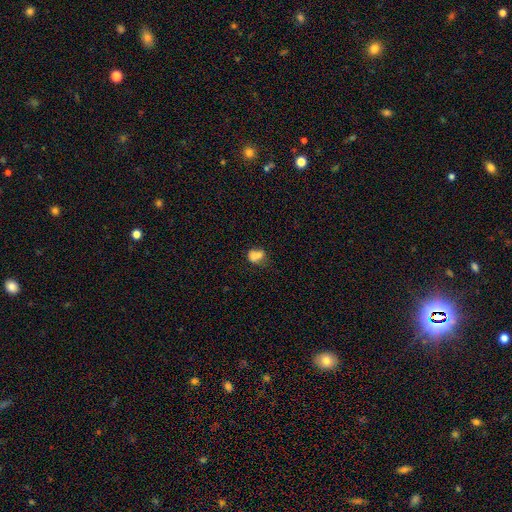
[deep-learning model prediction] Morphology: type=smooth (72%); roundness=in between (52%); merging=merger (46%).